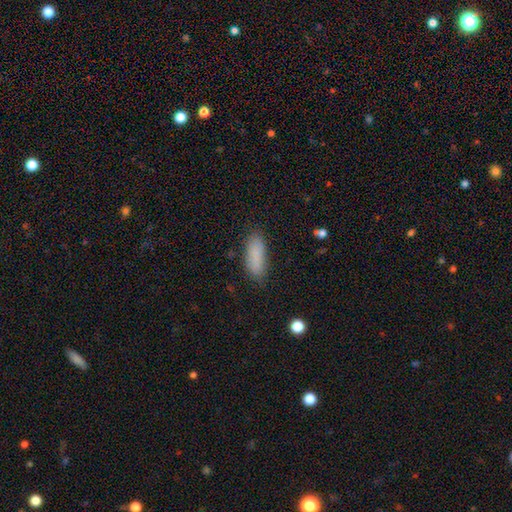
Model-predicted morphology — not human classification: A smooth galaxy with no disk features (87%) that is in between round and cigar-shaped (62%).

Vote fractions:
- Smooth or featured? smooth: 87% / star or artifact: 7% / featured or disk: 6%
- How rounded? in between: 62% / cigar-shaped: 36% / round: 2%
- Merging? none: 84% / minor disturbance: 12% / major disturbance: 3% / merger: 1%